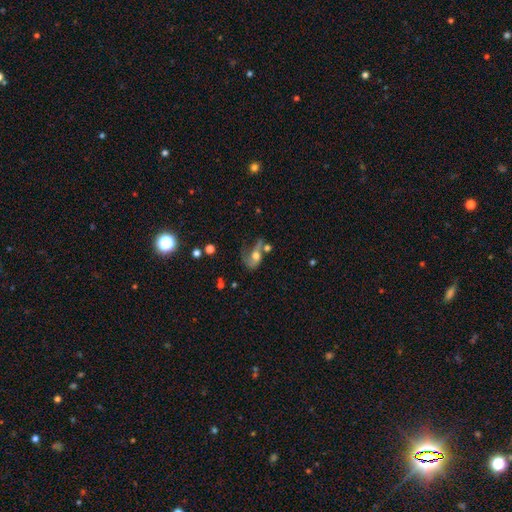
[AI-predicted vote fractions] smooth_or_featured: featured or disk (p=0.49) [alt: smooth p=0.40]
merging: major disturbance (p=0.35) [alt: merger p=0.25]